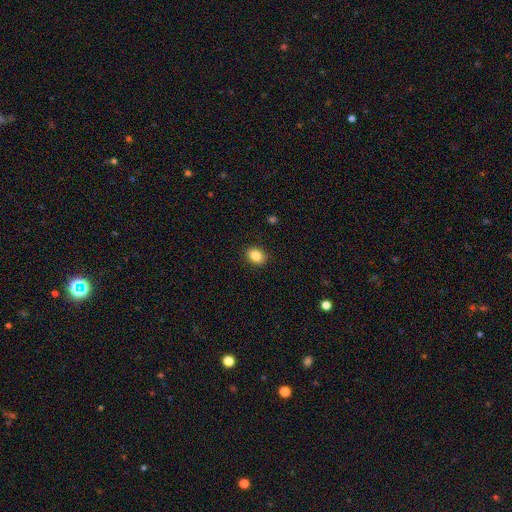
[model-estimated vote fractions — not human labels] Smooth or featured? smooth (86%)
How rounded? in between (67%)
Merging? none (90%)